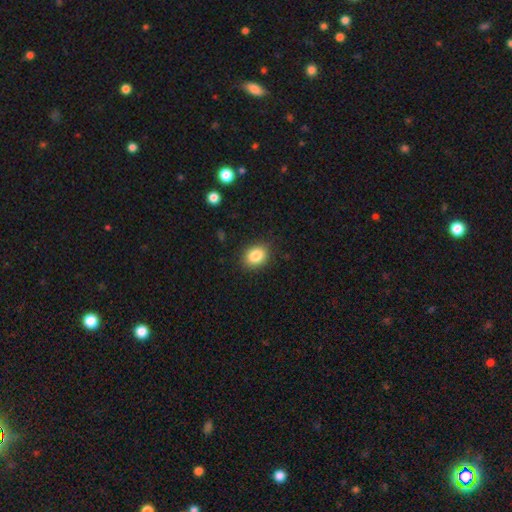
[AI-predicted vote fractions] Q: Smooth or featured?
A: smooth (85%); runner-up: star or artifact (9%)
Q: How rounded?
A: in between (57%); runner-up: round (42%)
Q: Merging?
A: none (87%); runner-up: minor disturbance (9%)